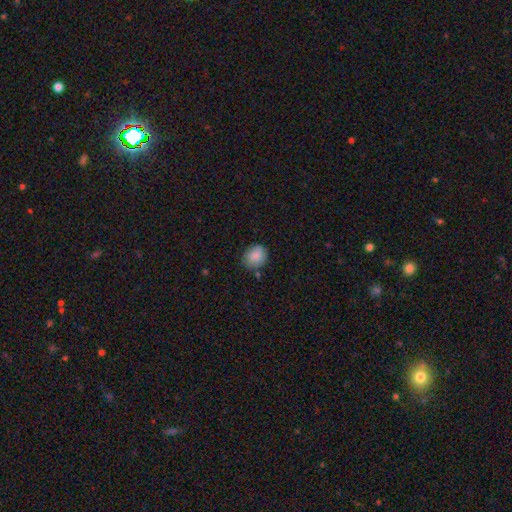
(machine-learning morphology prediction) Overall: smooth (86%). How rounded: round (63%; in between 36%). Merging: none (74%).